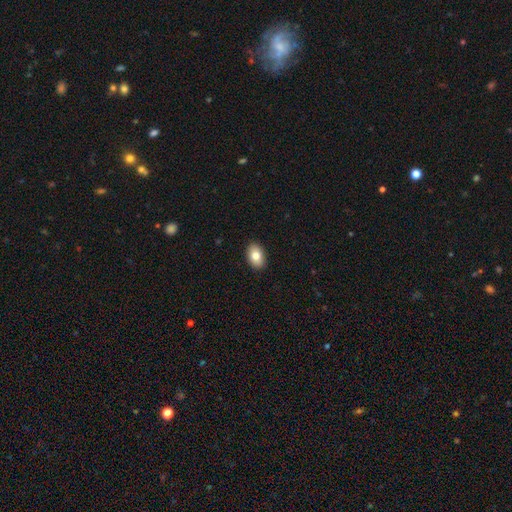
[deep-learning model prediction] This is clearly a smooth galaxy (81%). How rounded: clearly in between (88%). Merging: clearly none (90%).